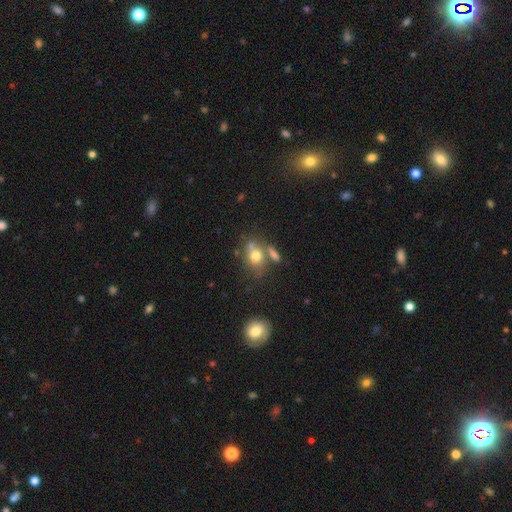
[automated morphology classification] smooth 69%, featured or disk 19%, star or artifact 13%. Down the decision tree: how rounded — in between (59%); merging — none (46%).